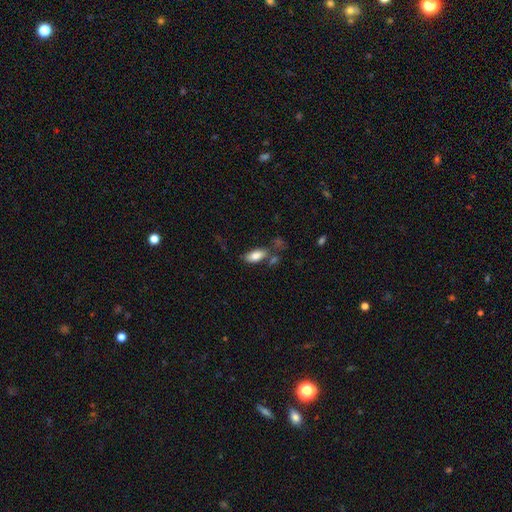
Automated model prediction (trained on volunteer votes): Morphology: type=smooth (81%); roundness=in between (88%); merging=none (62%).